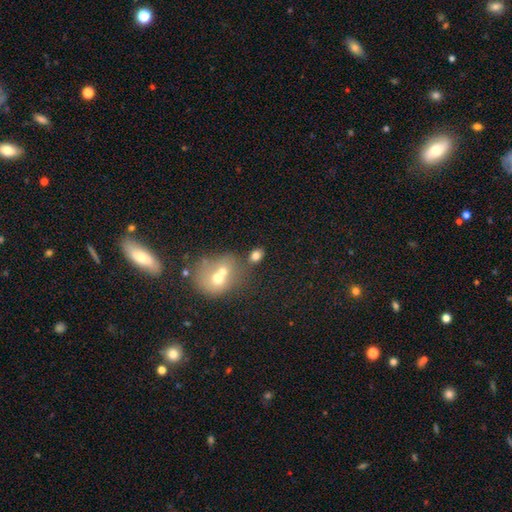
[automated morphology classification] smooth_or_featured: smooth (p=0.75) [alt: featured or disk p=0.13]
how_rounded: in between (p=0.69) [alt: round p=0.30]
merging: none (p=0.55) [alt: merger p=0.29]